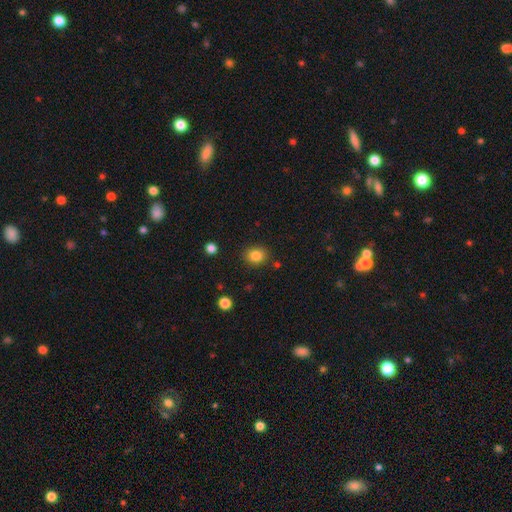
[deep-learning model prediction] This is clearly a smooth galaxy (84%). How rounded: likely round (64%). Merging: clearly none (85%).